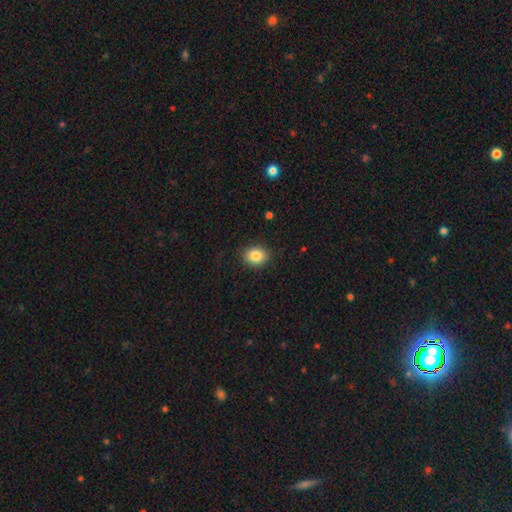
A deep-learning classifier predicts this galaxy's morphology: type=smooth (85%); roundness=round (65%); merging=none (87%).